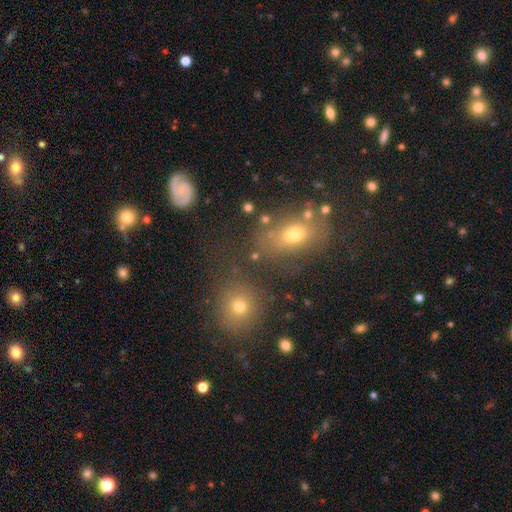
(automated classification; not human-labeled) This appears to be a smooth galaxy with no disk features (59%) that is in between round and cigar-shaped (52%). Merging: none (66%).